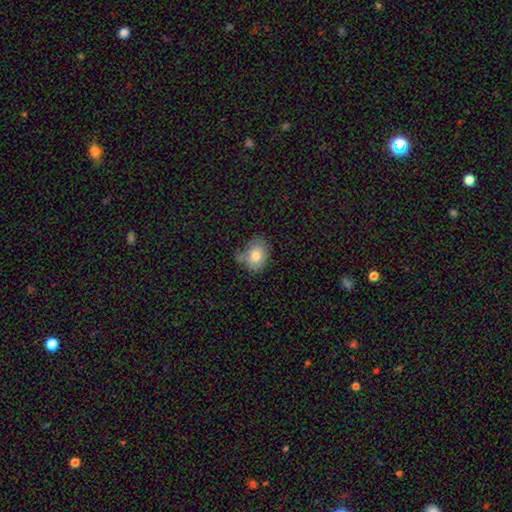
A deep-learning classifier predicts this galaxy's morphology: This is clearly a smooth galaxy (81%). How rounded: likely in between (67%). Merging: possibly none (50%).